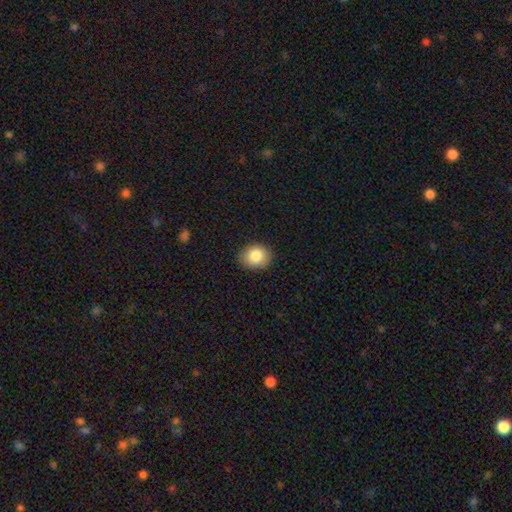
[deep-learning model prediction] smooth_or_featured: smooth (p=0.84) [alt: star or artifact p=0.08]
how_rounded: round (p=0.58) [alt: in between p=0.41]
merging: none (p=0.87) [alt: minor disturbance p=0.10]